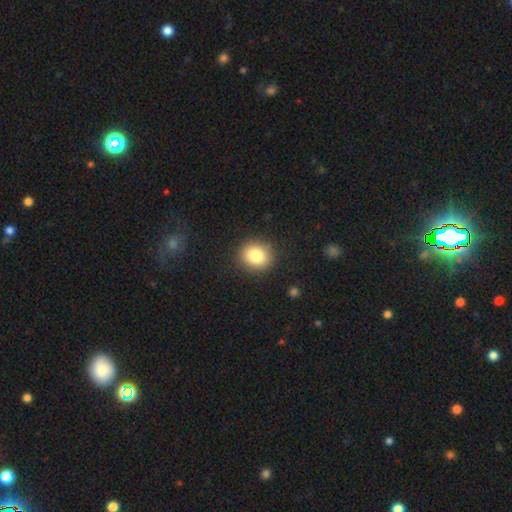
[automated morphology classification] smooth-or-featured: smooth: 83% | star or artifact: 10% | featured or disk: 7%
  how-rounded: round: 82% | in between: 18% | cigar-shaped: 1%
  merging: none: 89% | minor disturbance: 7% | major disturbance: 2% | merger: 1%